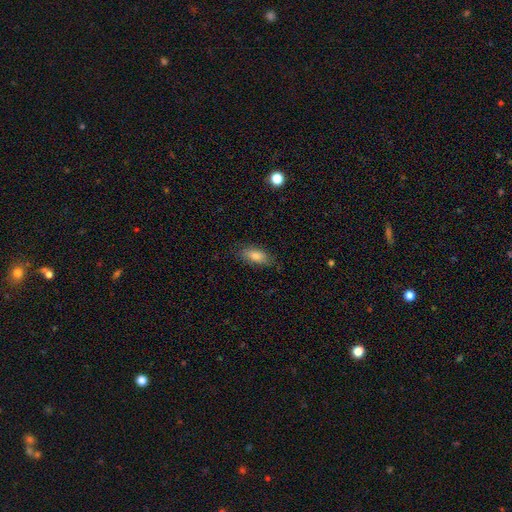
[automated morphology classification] Smooth or featured? Predicted: smooth (p=0.79). How rounded? Predicted: in between (p=0.80). Merging? Predicted: none (p=0.81).